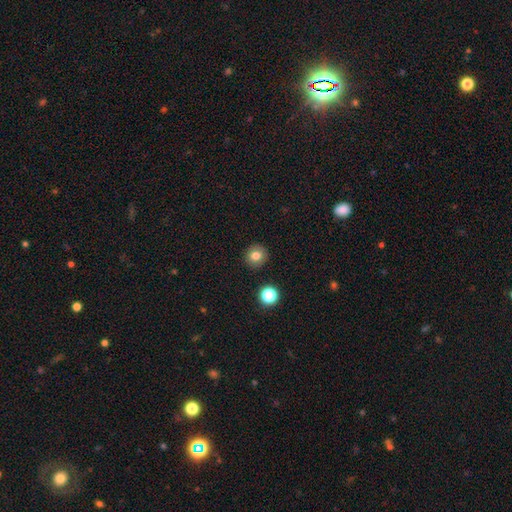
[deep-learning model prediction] This appears to be a smooth galaxy with no disk features (77%) that is round (92%). Merging: none (91%).